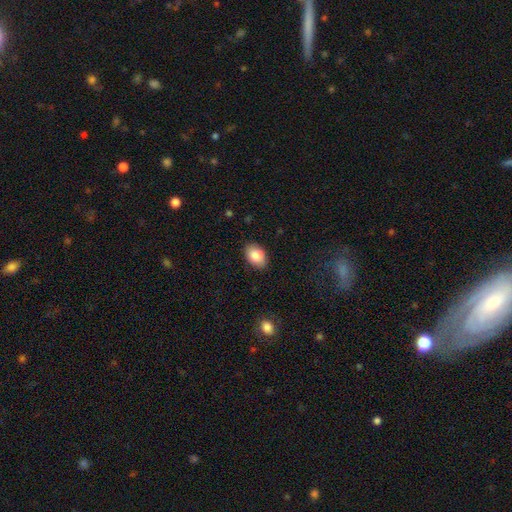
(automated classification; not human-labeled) Smooth or featured? smooth (86%)
How rounded? in between (84%)
Merging? none (87%)